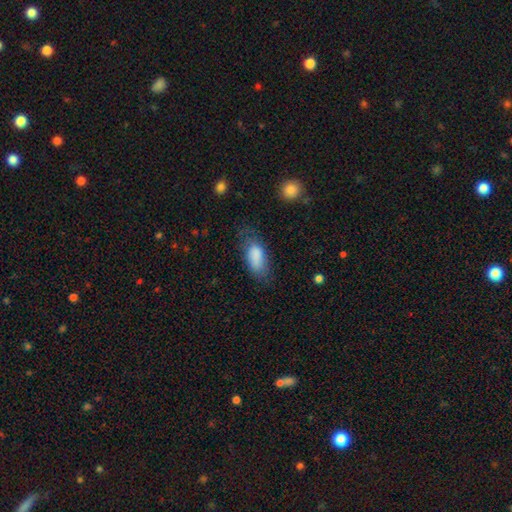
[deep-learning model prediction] Q: Smooth or featured?
A: smooth (83%); runner-up: featured or disk (10%)
Q: How rounded?
A: in between (89%); runner-up: cigar-shaped (8%)
Q: Merging?
A: none (57%); runner-up: minor disturbance (27%)